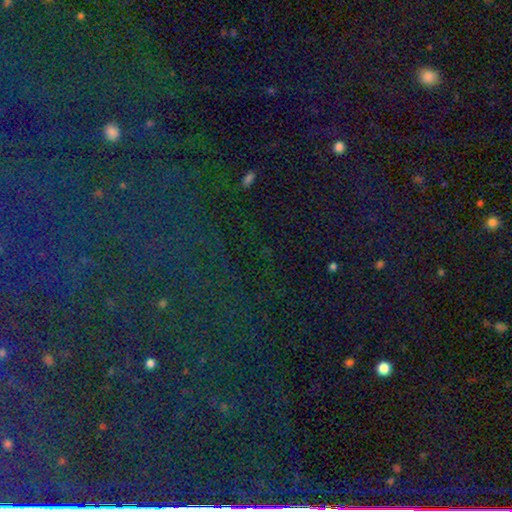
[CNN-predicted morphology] A star or artifact, not a galaxy (82%).